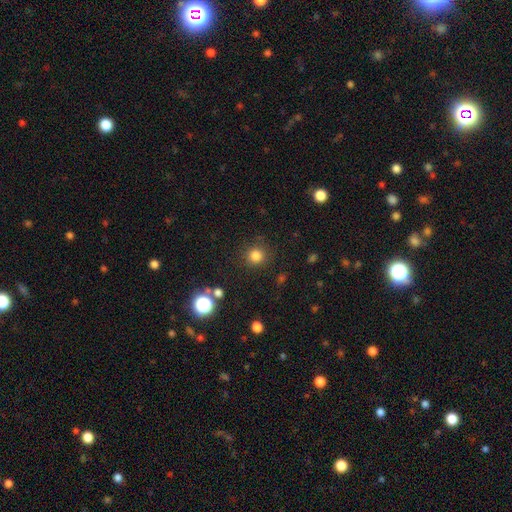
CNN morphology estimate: A smooth galaxy with no disk features (81%) that is round (93%).

Vote fractions:
- Smooth or featured? smooth: 81% / star or artifact: 15% / featured or disk: 5%
- How rounded? round: 93% / in between: 6% / cigar-shaped: 1%
- Merging? none: 86% / minor disturbance: 8% / major disturbance: 4% / merger: 2%